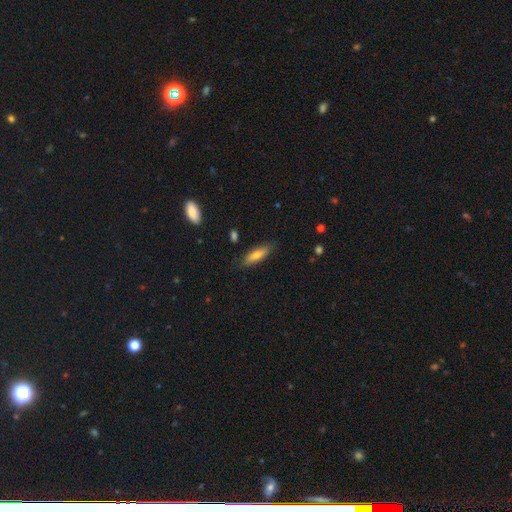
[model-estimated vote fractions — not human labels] Smooth or featured? smooth (72%)
How rounded? cigar-shaped (54%)
Merging? none (82%)